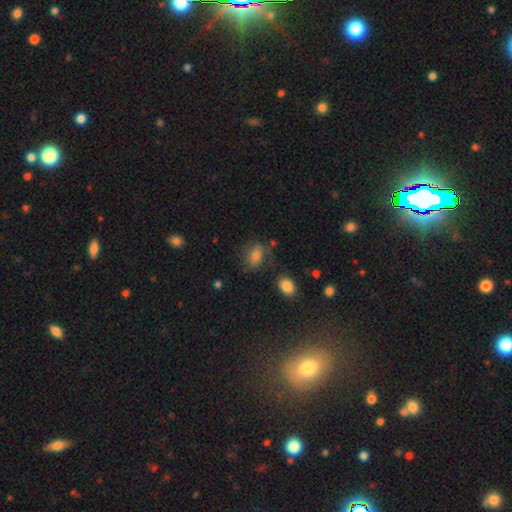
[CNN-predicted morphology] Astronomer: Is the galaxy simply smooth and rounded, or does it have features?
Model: smooth — 58%.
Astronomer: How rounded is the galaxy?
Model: in between — 71%.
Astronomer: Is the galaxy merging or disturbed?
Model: none — 62%.